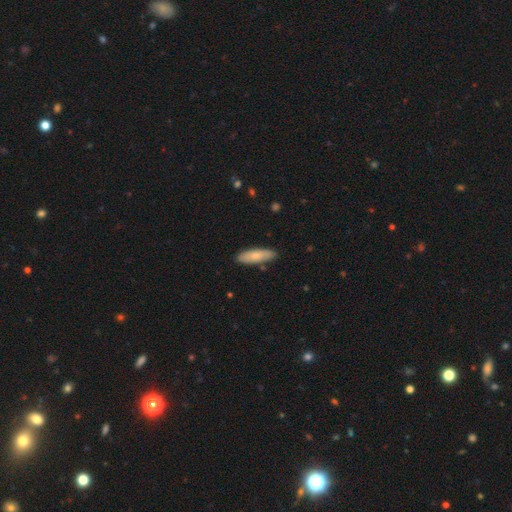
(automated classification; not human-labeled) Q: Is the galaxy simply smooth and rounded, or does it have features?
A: smooth — 77%.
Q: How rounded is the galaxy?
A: cigar-shaped — 56%.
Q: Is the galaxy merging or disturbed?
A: none — 85%.